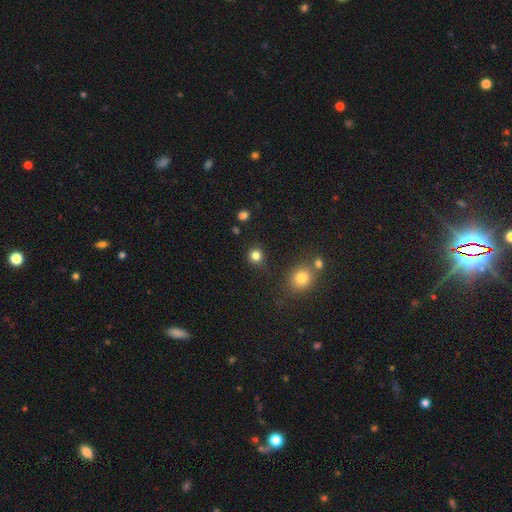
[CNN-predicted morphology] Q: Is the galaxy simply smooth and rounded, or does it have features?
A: smooth — 82%.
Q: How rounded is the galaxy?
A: round — 91%.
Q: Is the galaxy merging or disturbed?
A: none — 83%.